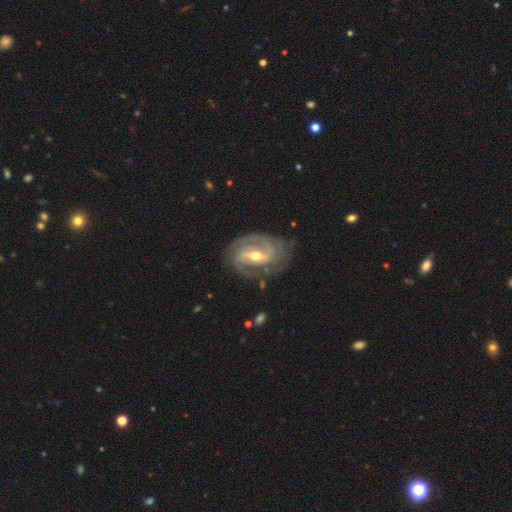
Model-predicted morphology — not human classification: featured or disk 90%, smooth 5%, star or artifact 5%. Down the decision tree: edge-on disk — no (97%); bar — strong (45%); spiral arms — yes (97%); spiral arm count — 2 (68%); spiral winding — tight (49%); bulge size — moderate (62%); merging — none (74%).